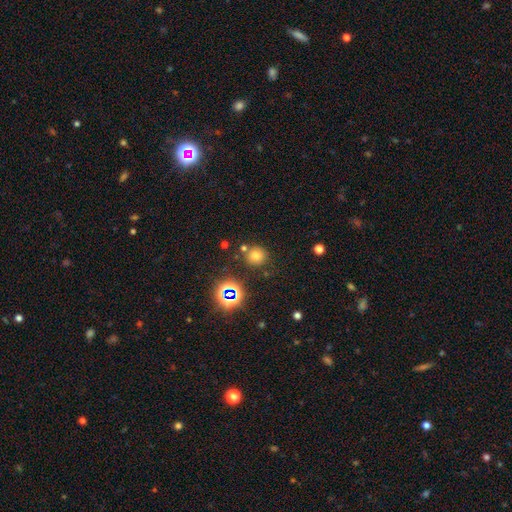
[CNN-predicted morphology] This appears to be a smooth galaxy with no disk features (68%) that is round (90%). Merging: none (78%).